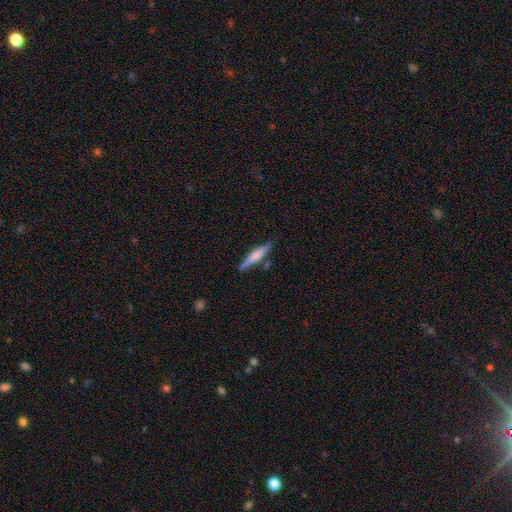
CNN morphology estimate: Smooth or featured? smooth (59%)
How rounded? cigar-shaped (89%)
Merging? none (82%)